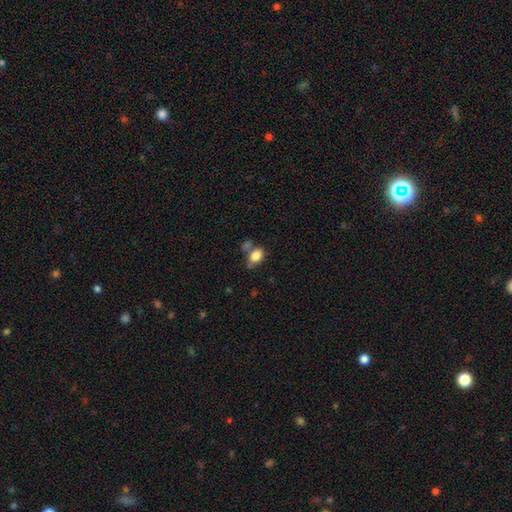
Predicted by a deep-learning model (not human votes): This appears to be a smooth galaxy with no disk features (82%) that is in between round and cigar-shaped (77%). Merging: none (50%).